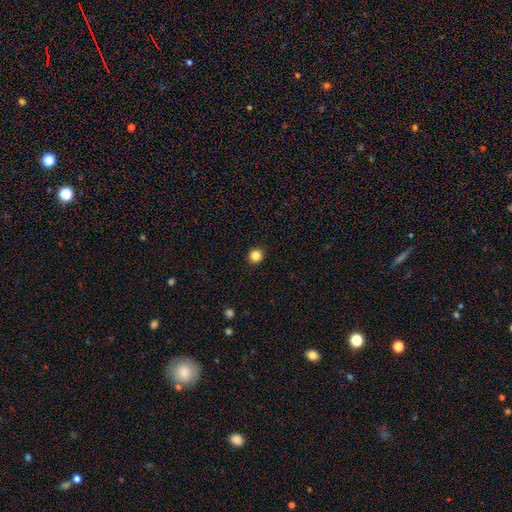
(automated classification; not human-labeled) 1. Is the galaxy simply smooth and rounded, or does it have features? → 84% smooth, 11% star or artifact, 4% featured or disk.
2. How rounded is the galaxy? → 93% round, 6% in between, 1% cigar-shaped.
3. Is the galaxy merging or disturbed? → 93% none, 4% minor disturbance, 1% major disturbance, 1% merger.